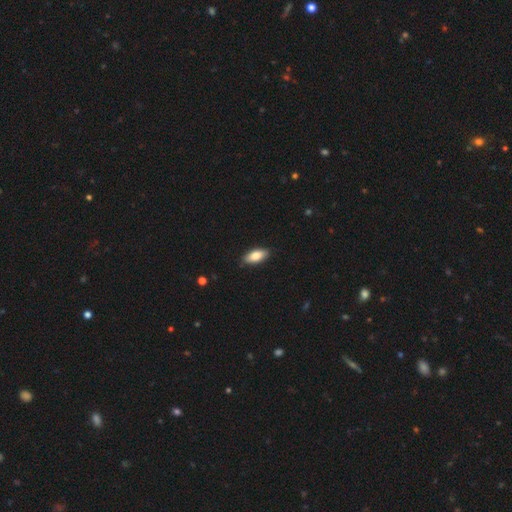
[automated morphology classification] This is clearly a smooth galaxy (82%). How rounded: clearly in between (88%). Merging: clearly none (87%).